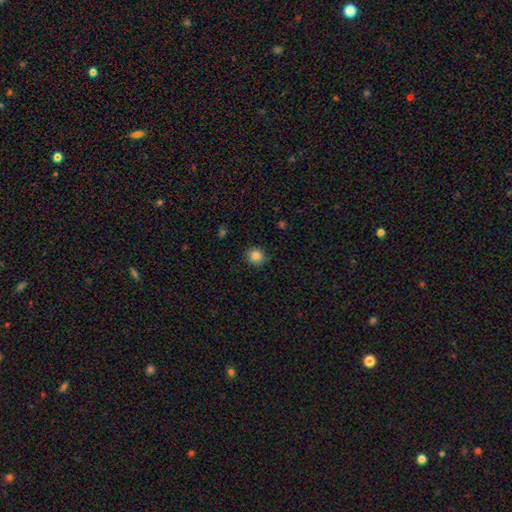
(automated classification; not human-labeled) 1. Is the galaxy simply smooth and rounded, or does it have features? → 85% smooth, 11% star or artifact, 4% featured or disk.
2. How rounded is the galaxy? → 88% round, 12% in between, 1% cigar-shaped.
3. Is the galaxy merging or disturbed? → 86% none, 10% minor disturbance, 2% major disturbance, 1% merger.